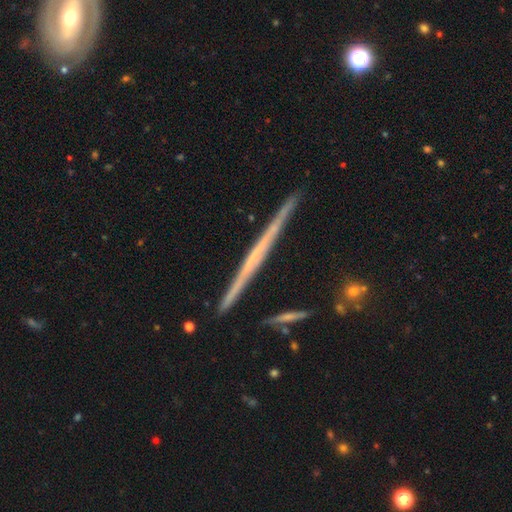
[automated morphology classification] smooth_or_featured: featured or disk (p=0.70) [alt: smooth p=0.24]
disk_edge_on: yes (p=0.98) [alt: no p=0.02]
edge_on_bulge: none (p=0.83) [alt: rounded p=0.12]
merging: none (p=0.90) [alt: minor disturbance p=0.07]